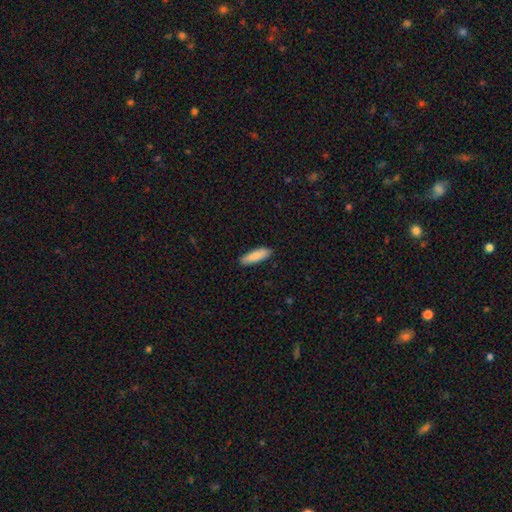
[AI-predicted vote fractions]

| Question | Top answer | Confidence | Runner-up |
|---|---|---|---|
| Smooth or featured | smooth | 86% | featured or disk (9%) |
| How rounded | cigar-shaped | 54% | in between (44%) |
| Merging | none | 90% | minor disturbance (8%) |